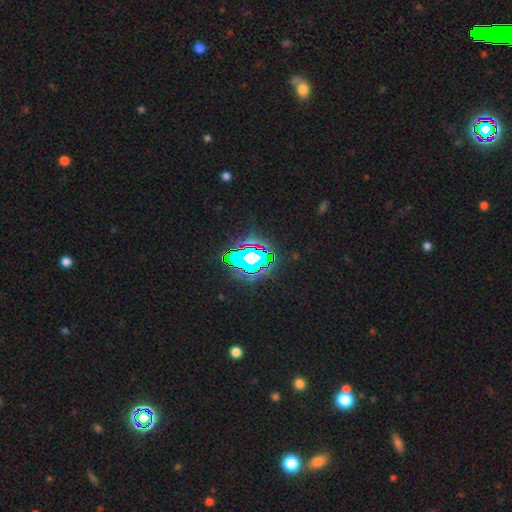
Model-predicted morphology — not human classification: Smooth or featured?
  - star or artifact: 71% *
  - smooth: 15%
  - featured or disk: 14%